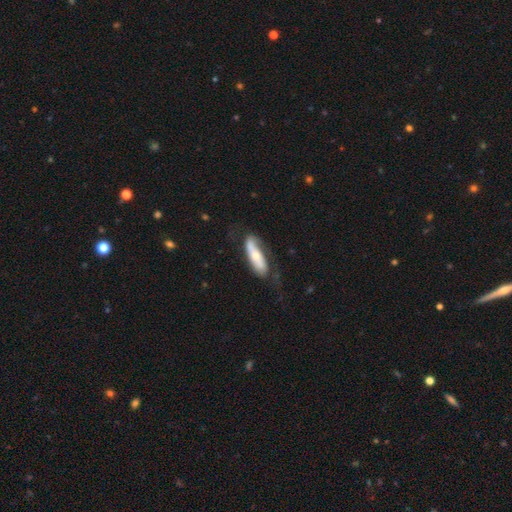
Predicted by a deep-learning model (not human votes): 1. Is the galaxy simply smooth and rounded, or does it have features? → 50% featured or disk, 44% smooth, 5% star or artifact.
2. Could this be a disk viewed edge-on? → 66% no, 34% yes.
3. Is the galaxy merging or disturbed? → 61% none, 24% minor disturbance, 13% major disturbance, 2% merger.